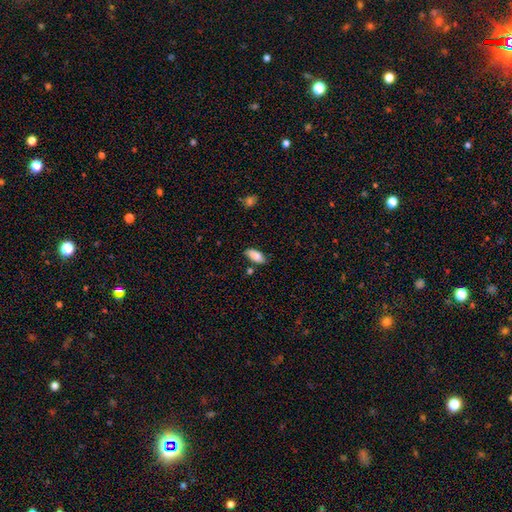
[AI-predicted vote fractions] Smooth or featured?
  - smooth: 84% *
  - featured or disk: 9%
  - star or artifact: 7%
How rounded?
  - in between: 89% *
  - cigar-shaped: 8%
  - round: 2%
Merging?
  - none: 73% *
  - minor disturbance: 20%
  - merger: 4%
  - major disturbance: 4%